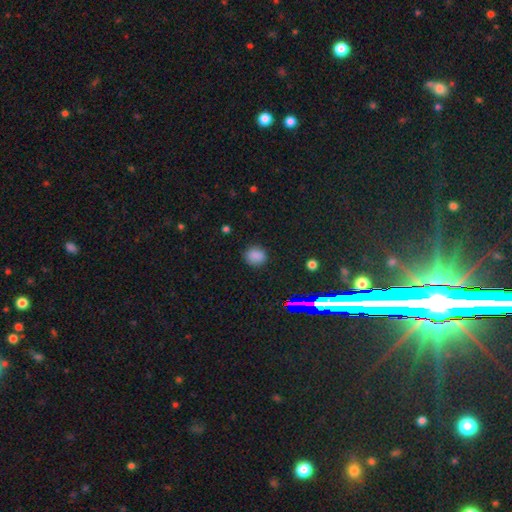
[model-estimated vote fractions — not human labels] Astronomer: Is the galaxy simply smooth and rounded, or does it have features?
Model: smooth — 80%.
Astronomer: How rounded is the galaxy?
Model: round — 75%.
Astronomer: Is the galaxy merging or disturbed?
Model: none — 87%.